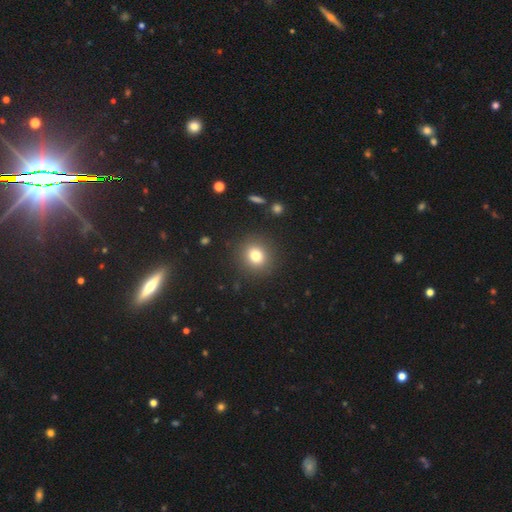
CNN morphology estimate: A smooth galaxy with no disk features (79%) that is round (86%). Merging: none (90%).